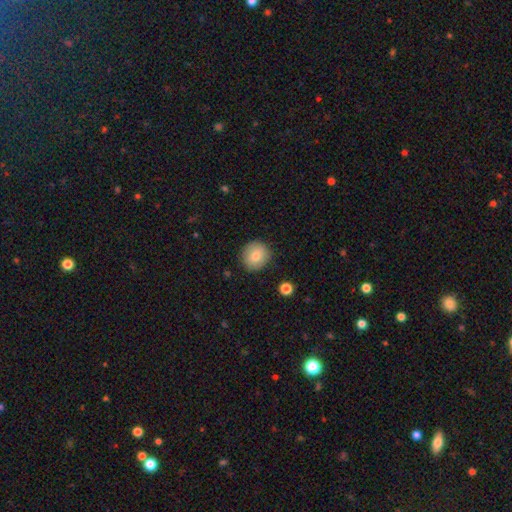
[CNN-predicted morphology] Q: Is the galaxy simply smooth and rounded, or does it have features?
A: smooth — 80%.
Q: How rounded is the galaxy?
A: round — 87%.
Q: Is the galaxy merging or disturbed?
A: none — 87%.